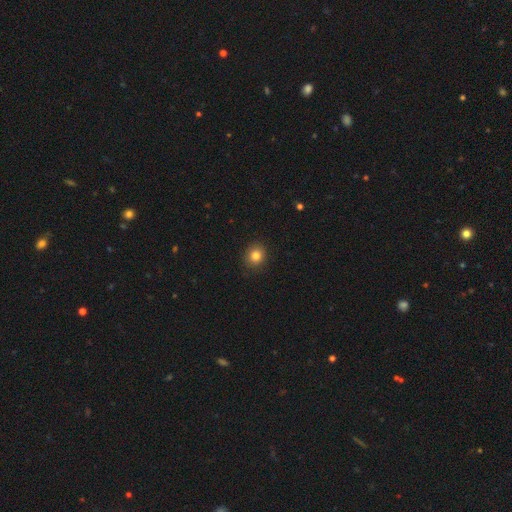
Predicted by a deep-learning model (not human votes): Smooth or featured?
  - smooth: 83% *
  - star or artifact: 11%
  - featured or disk: 6%
How rounded?
  - round: 78% *
  - in between: 21%
  - cigar-shaped: 1%
Merging?
  - none: 89% *
  - minor disturbance: 8%
  - major disturbance: 2%
  - merger: 1%